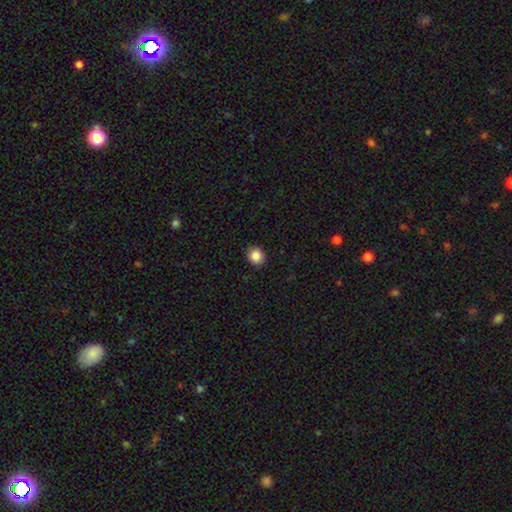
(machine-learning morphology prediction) This appears to be a smooth galaxy with no disk features (87%) that is round (80%). Merging: none (91%).